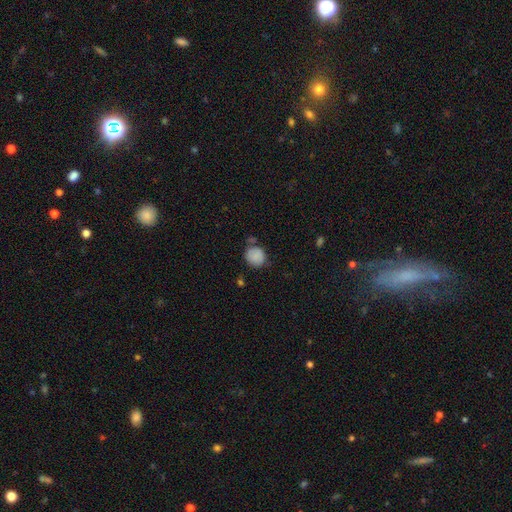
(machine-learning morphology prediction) This is clearly a smooth galaxy (85%). How rounded: clearly round (84%). Merging: likely none (66%).